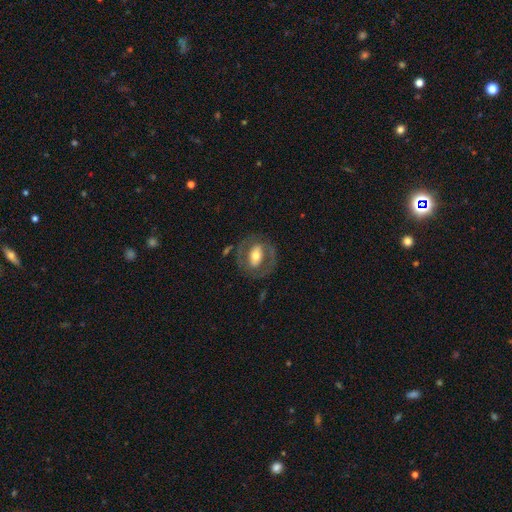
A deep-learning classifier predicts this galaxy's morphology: Smooth or featured? Predicted: featured or disk (p=0.60). Edge-on disk? Predicted: no (p=0.93). Bar? Predicted: no (p=0.42). Spiral arms? Predicted: no (p=0.58). Bulge size? Predicted: moderate (p=0.62). Merging? Predicted: none (p=0.72).